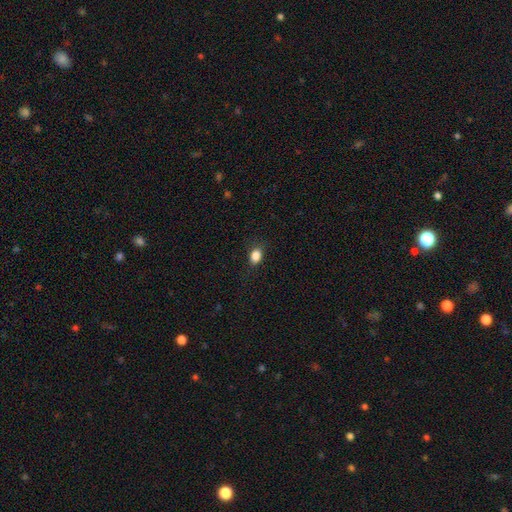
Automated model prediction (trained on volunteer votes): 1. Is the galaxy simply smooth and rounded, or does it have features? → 84% smooth, 11% star or artifact, 5% featured or disk.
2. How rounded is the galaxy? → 61% in between, 38% round, 2% cigar-shaped.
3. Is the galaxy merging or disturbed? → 80% none, 15% minor disturbance, 4% major disturbance, 1% merger.